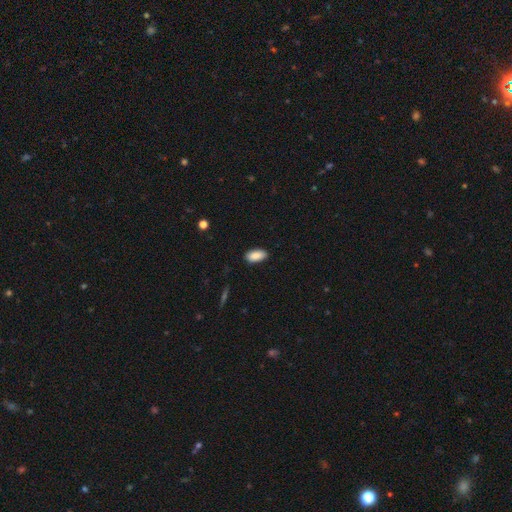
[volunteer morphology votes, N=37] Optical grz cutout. It shows a smooth galaxy with no disk features (92%) that is in between round and cigar-shaped (88%). Merging: none (83%).